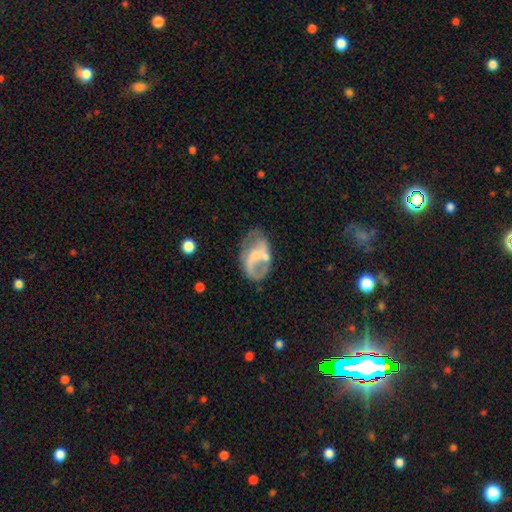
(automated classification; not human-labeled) Overall: featured or disk (68%). Edge-on disk: no (97%). Bar: no (49%; weak 38%). Spiral arms: yes (67%; no 33%). Bulge size: small (42%; moderate 34%). Merging: none (45%; minor disturbance 24%).